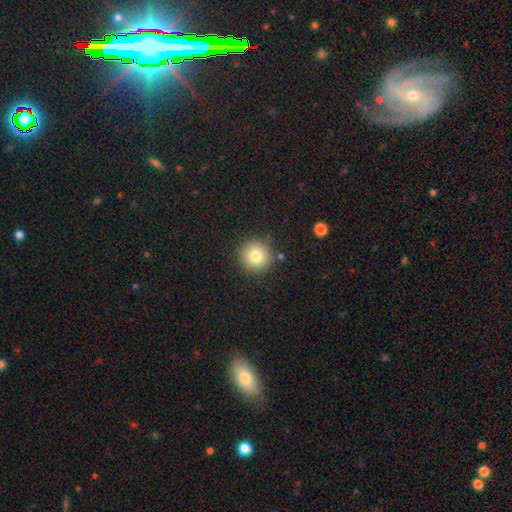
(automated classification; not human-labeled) A smooth galaxy with no disk features (78%) that is round (95%). Merging: none (86%).